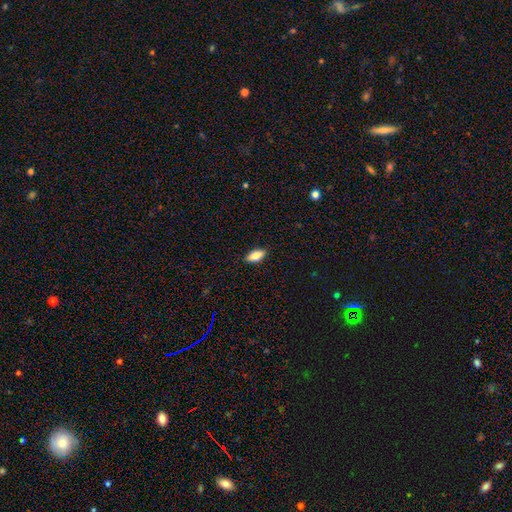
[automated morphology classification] This is likely a smooth galaxy (79%). How rounded: clearly in between (86%). Merging: clearly none (88%).